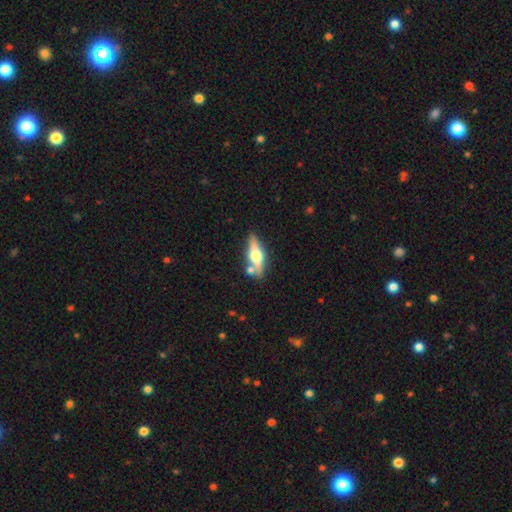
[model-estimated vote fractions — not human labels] featured or disk 62%, smooth 32%, star or artifact 6%. Down the decision tree: edge-on disk — yes (92%); edge-on bulge — rounded (95%); merging — none (75%).